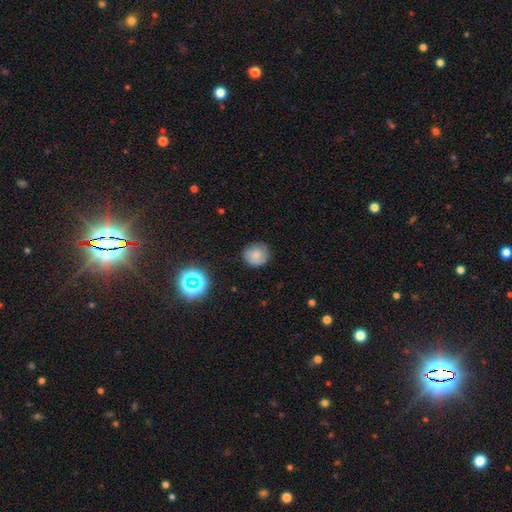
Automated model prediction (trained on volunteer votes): Smooth or featured? Predicted: smooth (p=0.76). How rounded? Predicted: round (p=0.90). Merging? Predicted: none (p=0.83).